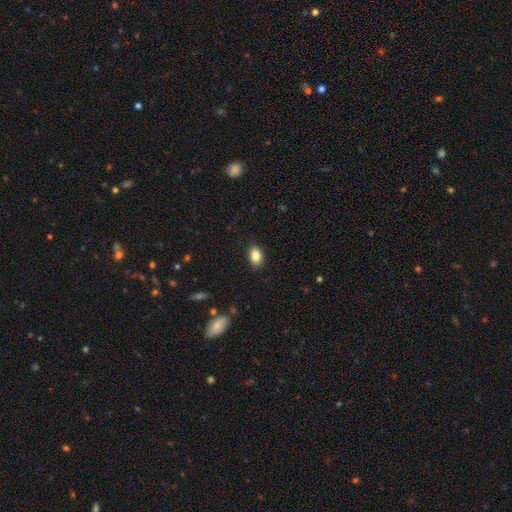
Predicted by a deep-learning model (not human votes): Smooth or featured?
  - smooth: 84% *
  - star or artifact: 8%
  - featured or disk: 8%
How rounded?
  - in between: 87% *
  - round: 11%
  - cigar-shaped: 2%
Merging?
  - none: 88% *
  - minor disturbance: 9%
  - major disturbance: 2%
  - merger: 1%